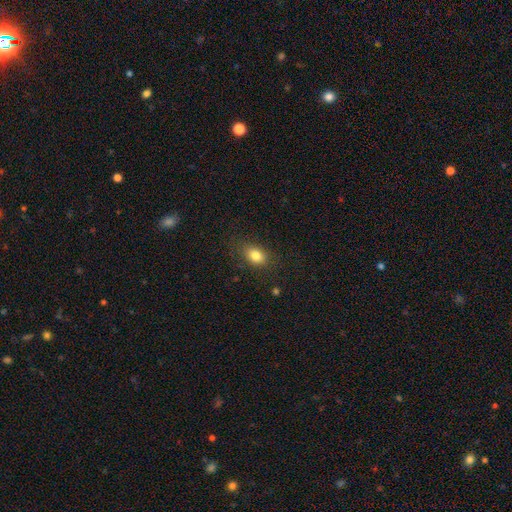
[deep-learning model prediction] A smooth galaxy with no disk features (82%) that is in between round and cigar-shaped (74%).

Vote fractions:
- Smooth or featured? smooth: 82% / star or artifact: 10% / featured or disk: 8%
- How rounded? in between: 74% / round: 24% / cigar-shaped: 2%
- Merging? none: 81% / minor disturbance: 14% / major disturbance: 5% / merger: 1%